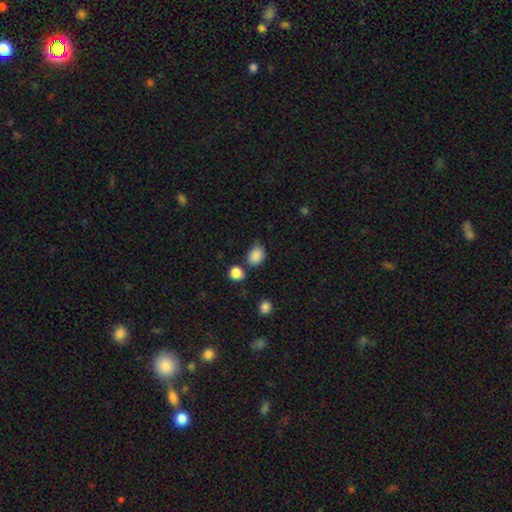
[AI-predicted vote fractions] Overall: smooth (86%). How rounded: in between (50%; round 49%). Merging: none (63%).